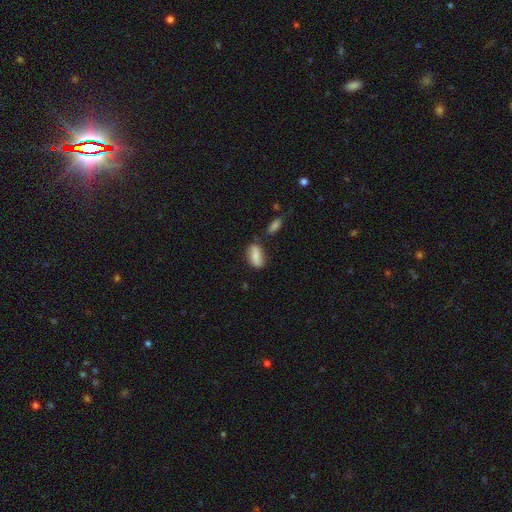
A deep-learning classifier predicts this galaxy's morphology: smooth_or_featured: smooth (p=0.69) [alt: featured or disk p=0.23]
how_rounded: in between (p=0.84) [alt: cigar-shaped p=0.11]
merging: none (p=0.61) [alt: minor disturbance p=0.23]